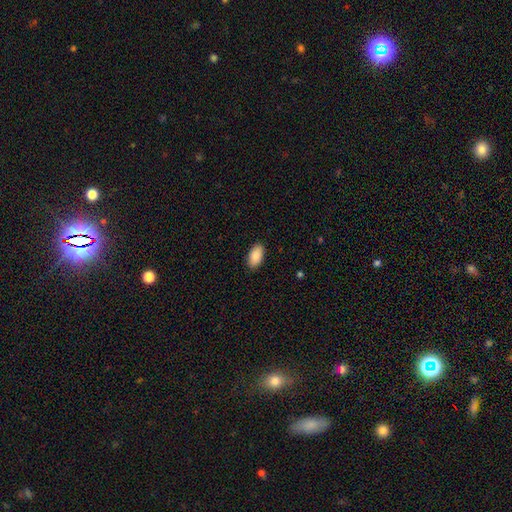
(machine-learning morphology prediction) Overall: smooth (88%). How rounded: in between (94%). Merging: none (89%).